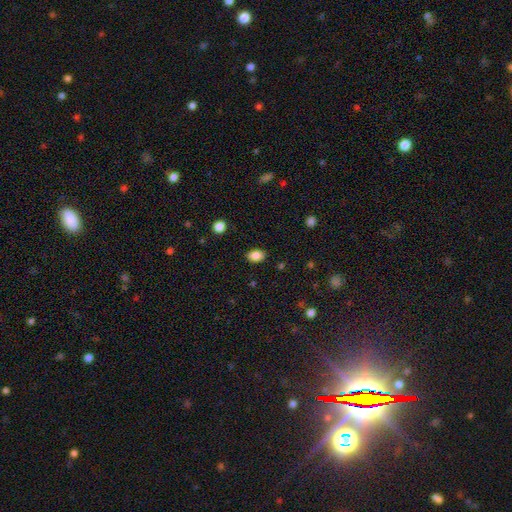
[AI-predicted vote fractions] smooth-or-featured: smooth: 86% | star or artifact: 9% | featured or disk: 4%
  how-rounded: in between: 80% | round: 18% | cigar-shaped: 1%
  merging: none: 87% | minor disturbance: 9% | major disturbance: 2% | merger: 1%